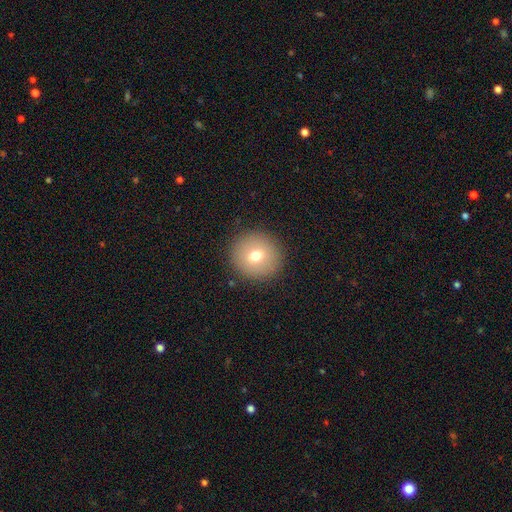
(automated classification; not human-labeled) Overall: smooth (71%). How rounded: round (93%). Merging: none (90%).